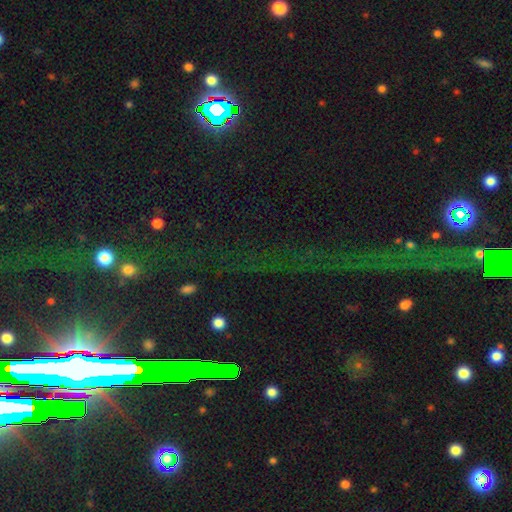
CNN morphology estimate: Smooth or featured? Predicted: star or artifact (p=0.76).